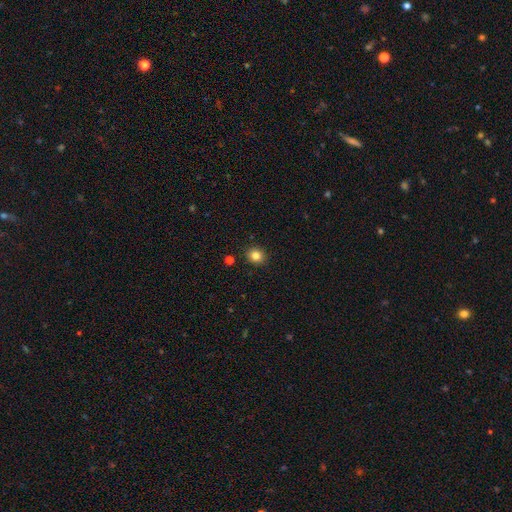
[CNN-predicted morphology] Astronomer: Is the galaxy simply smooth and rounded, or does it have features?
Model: smooth — 83%.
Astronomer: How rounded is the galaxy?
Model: round — 81%.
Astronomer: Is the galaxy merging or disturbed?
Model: none — 90%.